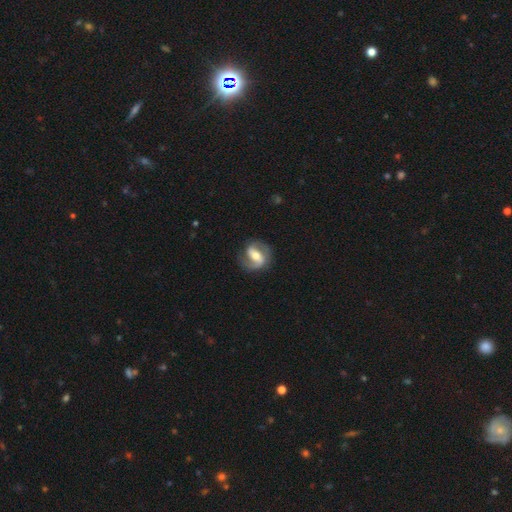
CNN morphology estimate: featured or disk 77%, smooth 18%, star or artifact 5%. Down the decision tree: edge-on disk — no (96%); bar — strong (51%); spiral arms — yes (88%); spiral arm count — 2 (82%); spiral winding — medium (47%); bulge size — moderate (64%); merging — none (77%).